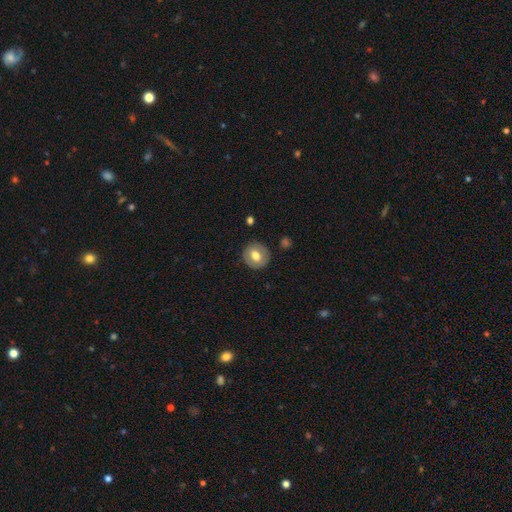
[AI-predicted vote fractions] A smooth galaxy with no disk features (64%) that is round (86%).

Vote fractions:
- Smooth or featured? smooth: 64% / featured or disk: 29% / star or artifact: 7%
- How rounded? round: 86% / in between: 13% / cigar-shaped: 1%
- Merging? none: 86% / minor disturbance: 10% / major disturbance: 3% / merger: 1%